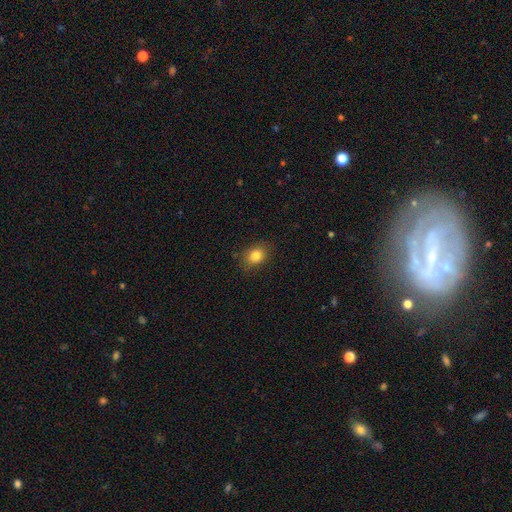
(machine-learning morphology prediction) Smooth or featured?
  - smooth: 83% *
  - star or artifact: 11%
  - featured or disk: 6%
How rounded?
  - in between: 52% *
  - round: 47%
  - cigar-shaped: 1%
Merging?
  - none: 82% *
  - minor disturbance: 14%
  - major disturbance: 4%
  - merger: 1%